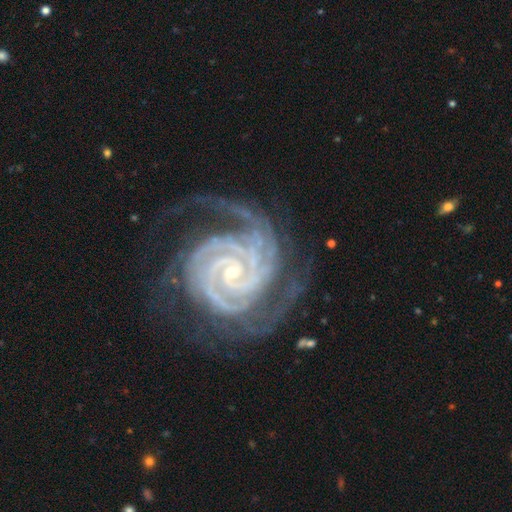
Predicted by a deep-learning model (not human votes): This is clearly a featured or disk galaxy (93%). It is clearly not viewed edge-on (98%). Bar: possibly no (53%). Spiral arm pattern: clearly yes (99%). Spiral arm count: marginally 3 (31%). Spiral winding: clearly tight (83%). Central bulge: clearly small (81%). Merging: likely none (68%).